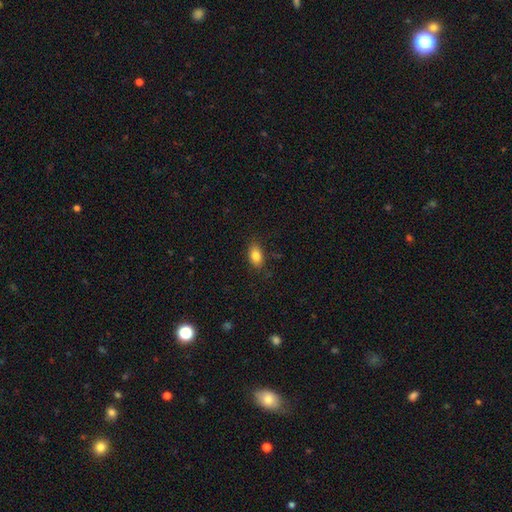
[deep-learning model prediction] smooth 84%, star or artifact 8%, featured or disk 8%. Down the decision tree: how rounded — in between (87%); merging — none (83%).